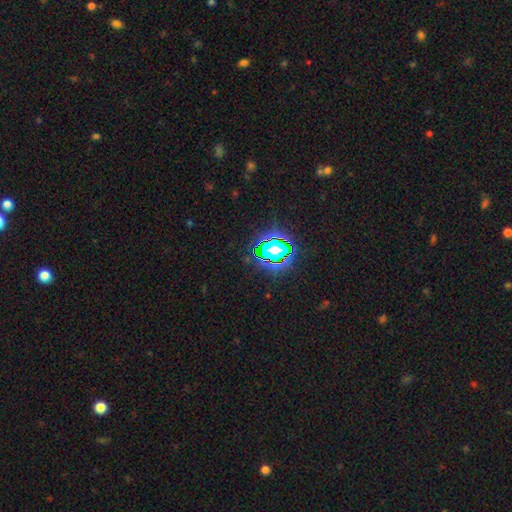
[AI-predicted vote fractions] Smooth or featured? Predicted: star or artifact (p=0.79).